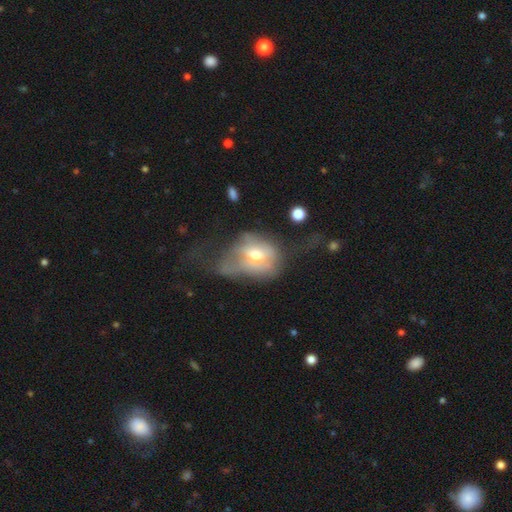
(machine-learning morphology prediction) A smooth galaxy with no disk features (49%).

Vote fractions:
- Smooth or featured? smooth: 49% / featured or disk: 41% / star or artifact: 10%
- Merging? major disturbance: 56% / minor disturbance: 19% / none: 18% / merger: 7%